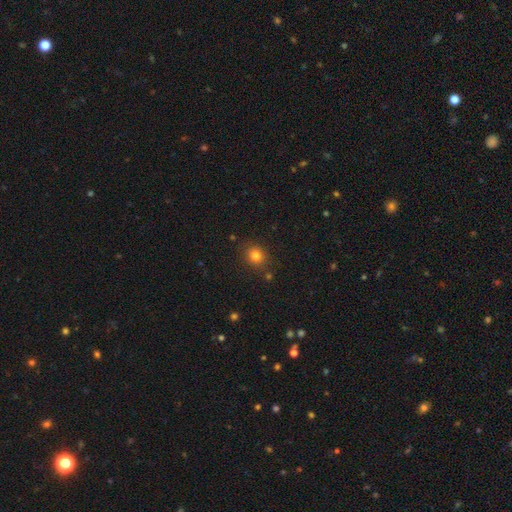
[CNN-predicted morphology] smooth-or-featured: smooth: 79% | star or artifact: 14% | featured or disk: 7%
  how-rounded: round: 80% | in between: 19% | cigar-shaped: 1%
  merging: none: 85% | minor disturbance: 9% | merger: 3% | major disturbance: 3%